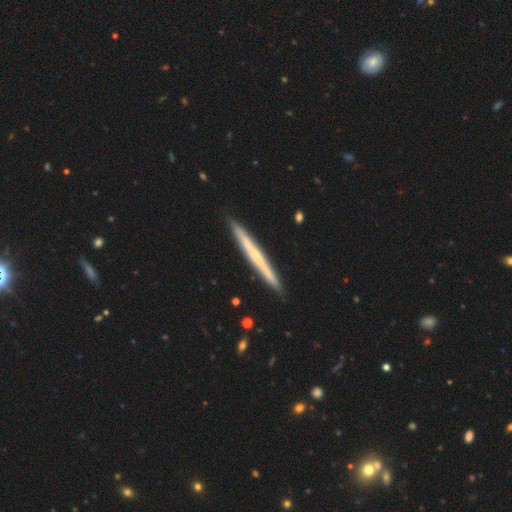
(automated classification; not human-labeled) This is possibly a featured or disk galaxy (59%). It is clearly viewed edge-on (97%). Edge-on bulge: likely none (67%). Merging: clearly none (91%).